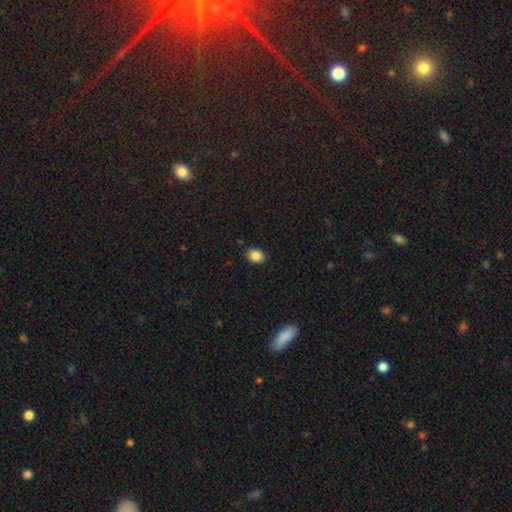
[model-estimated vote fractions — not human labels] Morphology: type=smooth (87%); roundness=in between (62%); merging=none (89%).